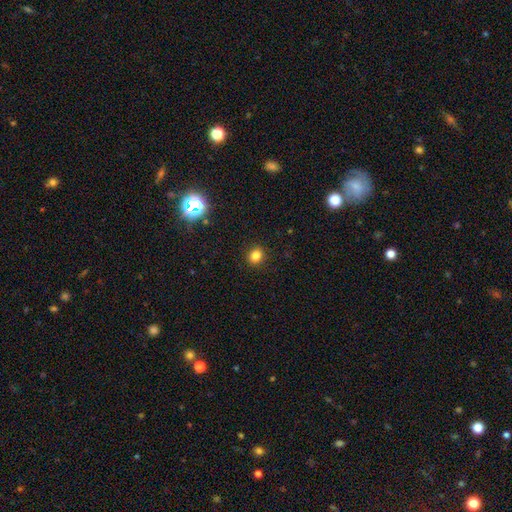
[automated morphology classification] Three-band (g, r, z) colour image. It shows a smooth galaxy with no disk features (82%) that is round (77%). Merging: none (91%).